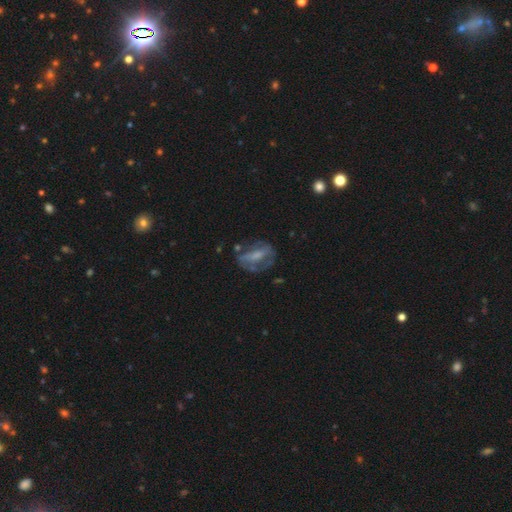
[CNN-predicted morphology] Q: Smooth or featured?
A: featured or disk (59%); runner-up: smooth (31%)
Q: Edge-on disk?
A: no (92%); runner-up: yes (8%)
Q: Bar?
A: no (39%); runner-up: weak (33%)
Q: Spiral arms?
A: no (55%); runner-up: yes (45%)
Q: Bulge size?
A: small (32%); runner-up: moderate (30%)
Q: Merging?
A: none (49%); runner-up: major disturbance (23%)